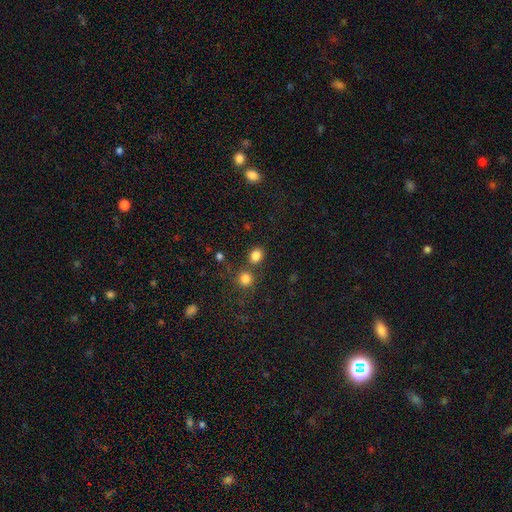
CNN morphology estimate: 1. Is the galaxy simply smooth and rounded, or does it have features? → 83% smooth, 12% star or artifact, 5% featured or disk.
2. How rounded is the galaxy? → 58% round, 41% in between, 1% cigar-shaped.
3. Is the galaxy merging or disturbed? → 71% none, 17% merger, 9% minor disturbance, 3% major disturbance.